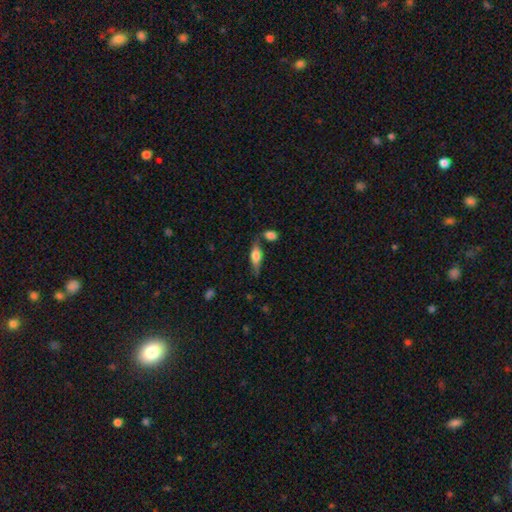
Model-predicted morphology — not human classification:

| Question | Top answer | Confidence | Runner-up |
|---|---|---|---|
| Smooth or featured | featured or disk | 52% | smooth (40%) |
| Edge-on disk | yes | 90% | no (10%) |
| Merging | none | 69% | minor disturbance (15%) |